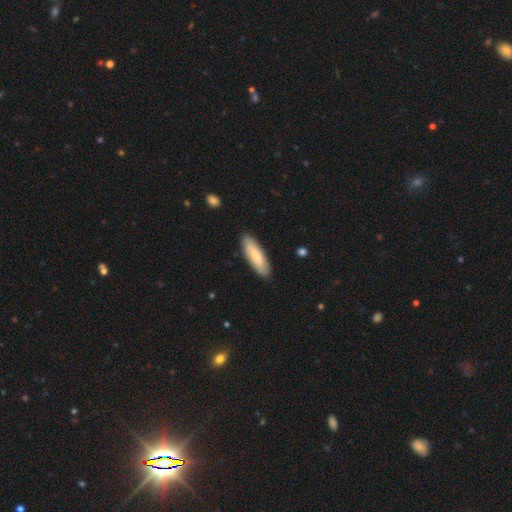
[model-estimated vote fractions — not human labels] The model was most divided on "how rounded" (2-way tie): cigar-shaped: 49%, in between: 49%, round: 1%. More confident: merging — none (88%); smooth or featured — smooth (78%).